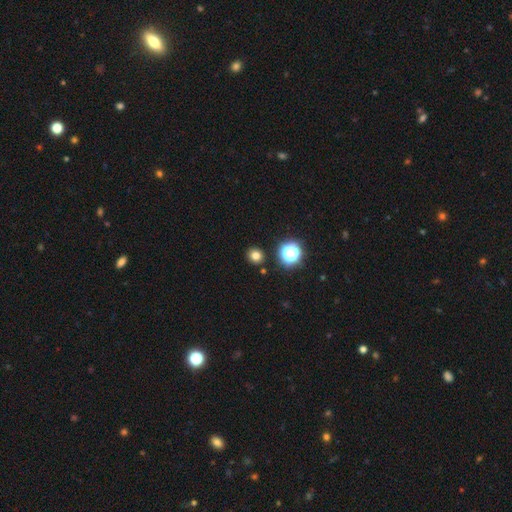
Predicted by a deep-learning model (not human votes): A smooth galaxy with no disk features (75%) that is round (87%). Merging: none (89%).